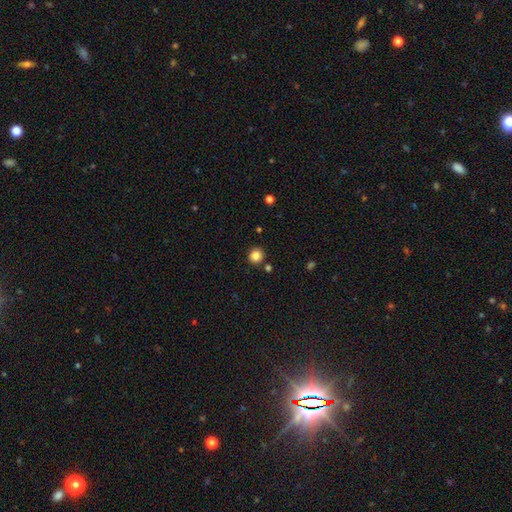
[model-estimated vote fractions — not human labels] A smooth galaxy with no disk features (84%) that is round (92%).

Vote fractions:
- Smooth or featured? smooth: 84% / star or artifact: 11% / featured or disk: 5%
- How rounded? round: 92% / in between: 7% / cigar-shaped: 1%
- Merging? none: 88% / minor disturbance: 6% / merger: 4% / major disturbance: 2%